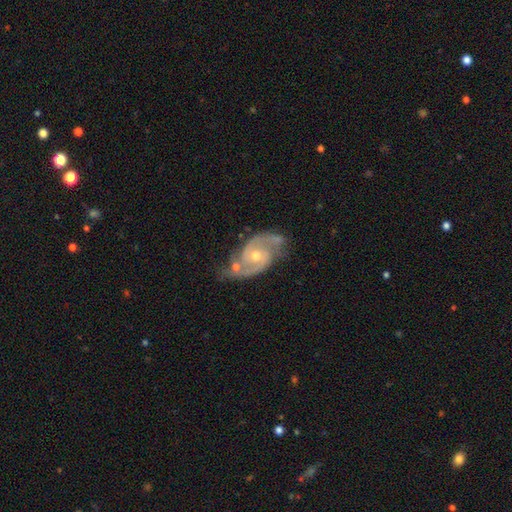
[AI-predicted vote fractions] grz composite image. It shows a featured or disk galaxy (90%) with no bar (60%), 2 (91%) medium (56%) spiral arms (97%) and a moderate central bulge (57%). Merging: none (63%).